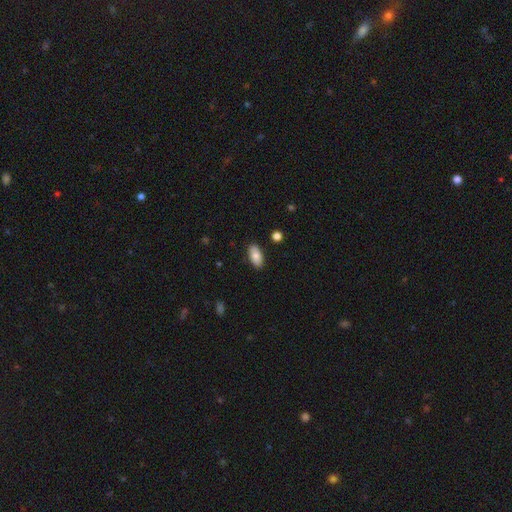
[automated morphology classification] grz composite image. It shows a smooth galaxy with no disk features (78%) that is in between round and cigar-shaped (92%). Merging: none (87%).